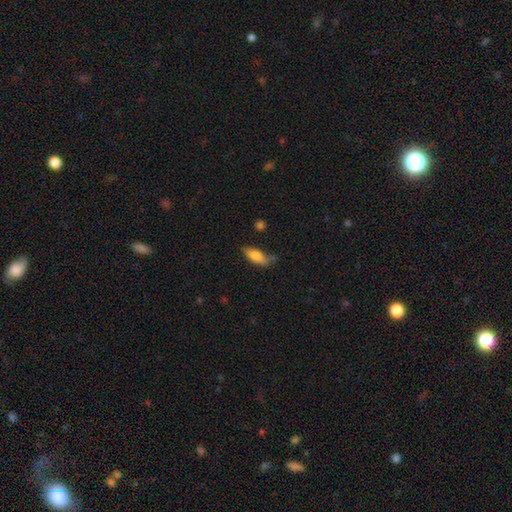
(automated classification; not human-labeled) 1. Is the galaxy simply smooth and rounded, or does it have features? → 77% smooth, 16% featured or disk, 7% star or artifact.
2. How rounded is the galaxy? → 66% in between, 31% cigar-shaped, 3% round.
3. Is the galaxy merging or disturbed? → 58% none, 29% minor disturbance, 8% major disturbance, 6% merger.